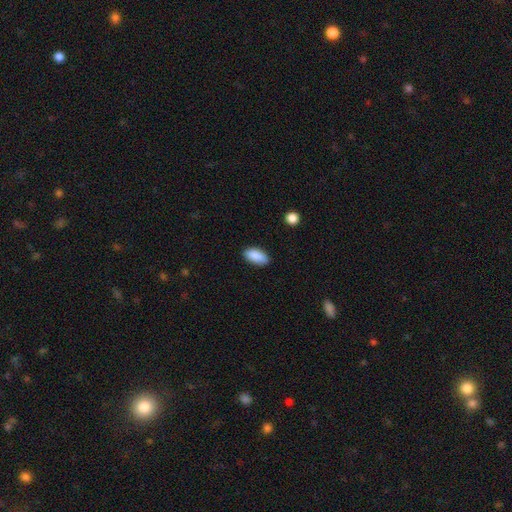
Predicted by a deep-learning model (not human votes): smooth-or-featured: smooth: 89% | star or artifact: 7% | featured or disk: 4%
  how-rounded: in between: 92% | cigar-shaped: 5% | round: 3%
  merging: none: 87% | minor disturbance: 10% | major disturbance: 2% | merger: 1%